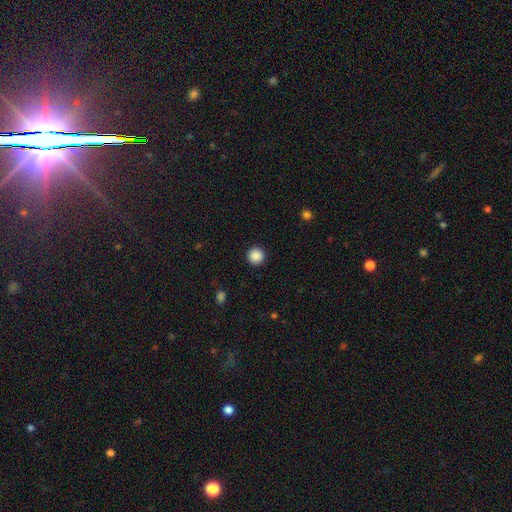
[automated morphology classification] Overall: smooth (88%). How rounded: round (96%). Merging: none (93%).